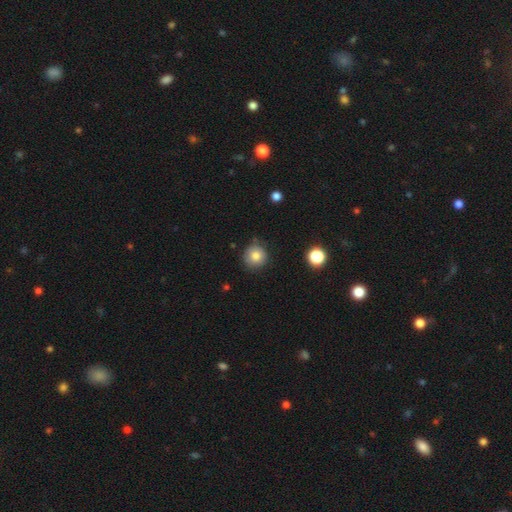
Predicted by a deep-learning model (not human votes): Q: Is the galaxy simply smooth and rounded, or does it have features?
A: smooth — 82%.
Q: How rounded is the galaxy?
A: round — 92%.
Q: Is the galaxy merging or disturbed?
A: none — 81%.